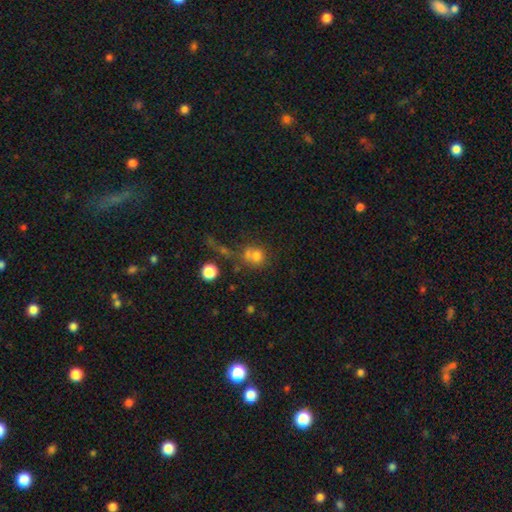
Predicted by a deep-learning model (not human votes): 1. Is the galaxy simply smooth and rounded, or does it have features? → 70% smooth, 16% star or artifact, 15% featured or disk.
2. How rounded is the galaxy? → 80% round, 19% in between, 1% cigar-shaped.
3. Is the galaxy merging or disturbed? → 40% merger, 39% none, 12% minor disturbance, 10% major disturbance.